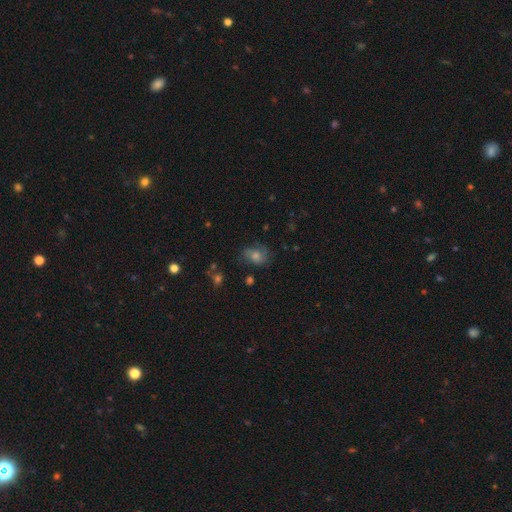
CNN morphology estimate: smooth 49%, featured or disk 30%, star or artifact 21%. Down the decision tree: merging — none (62%).